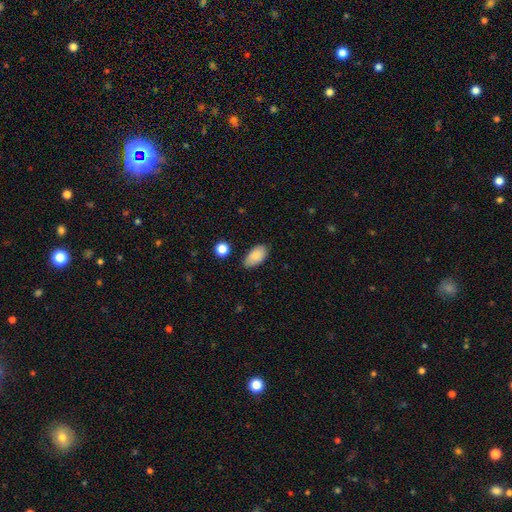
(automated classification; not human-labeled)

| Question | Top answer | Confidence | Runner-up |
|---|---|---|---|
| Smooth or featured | smooth | 85% | featured or disk (8%) |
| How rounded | in between | 94% | round (4%) |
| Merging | none | 79% | minor disturbance (16%) |